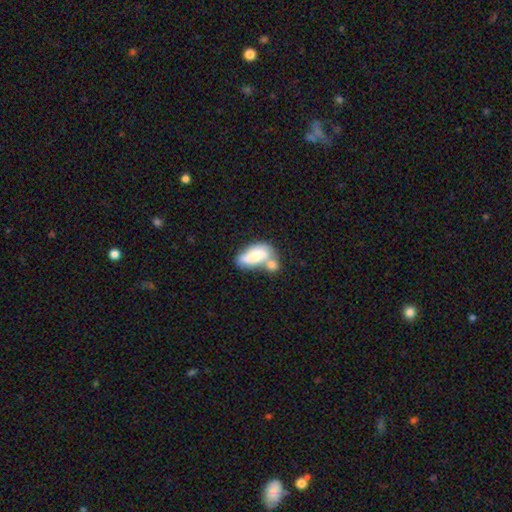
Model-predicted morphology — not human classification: Smooth or featured: smooth — 58% (featured or disk — 35%)
How rounded: in between — 87% (cigar-shaped — 8%)
Merging: merger — 56% (none — 22%)